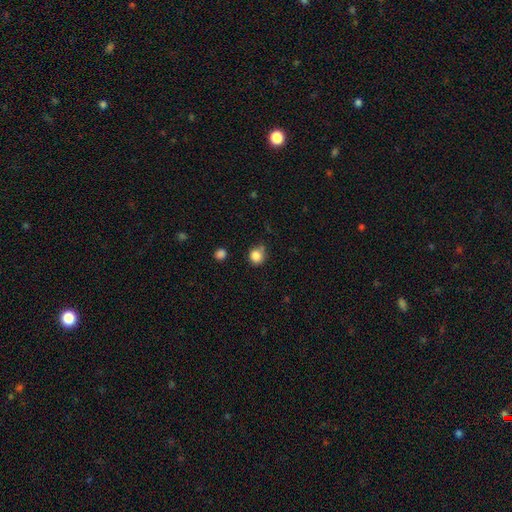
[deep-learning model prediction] A smooth galaxy with no disk features (85%) that is round (85%).

Vote fractions:
- Smooth or featured? smooth: 85% / star or artifact: 11% / featured or disk: 5%
- How rounded? round: 85% / in between: 14% / cigar-shaped: 1%
- Merging? none: 68% / minor disturbance: 20% / merger: 7% / major disturbance: 5%